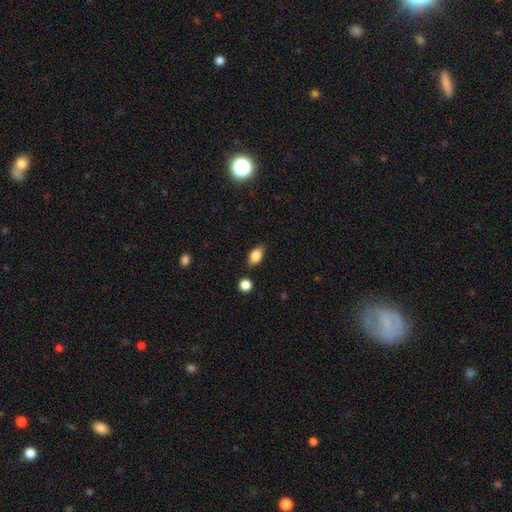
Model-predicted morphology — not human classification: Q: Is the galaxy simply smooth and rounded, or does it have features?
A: smooth — 83%.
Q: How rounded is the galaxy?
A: in between — 86%.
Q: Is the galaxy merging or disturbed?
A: none — 81%.